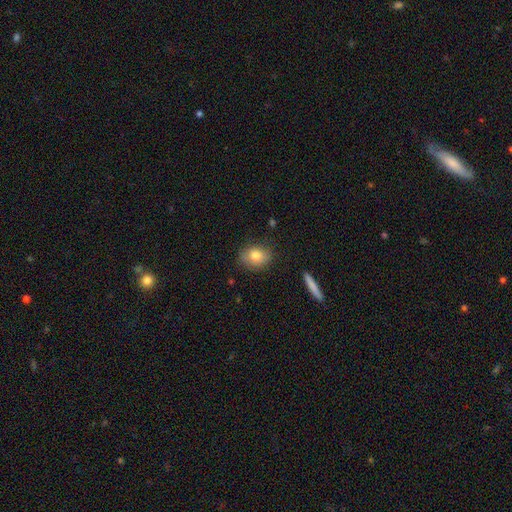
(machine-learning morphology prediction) smooth-or-featured: smooth: 80% | featured or disk: 12% | star or artifact: 9%
  how-rounded: in between: 53% | round: 45% | cigar-shaped: 2%
  merging: none: 82% | minor disturbance: 13% | major disturbance: 3% | merger: 2%